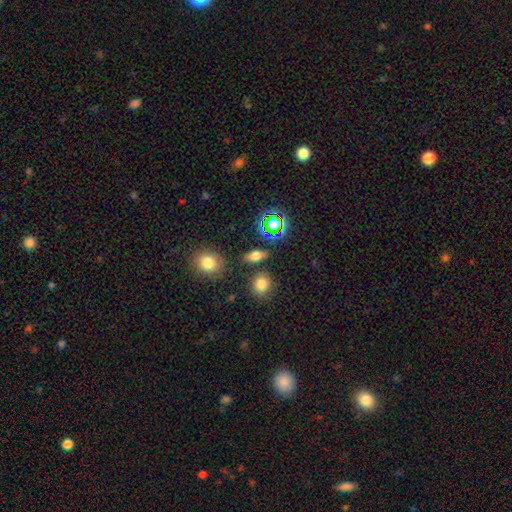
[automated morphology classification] Overall: smooth (63%; star or artifact 24%). How rounded: in between (68%). Merging: none (82%).